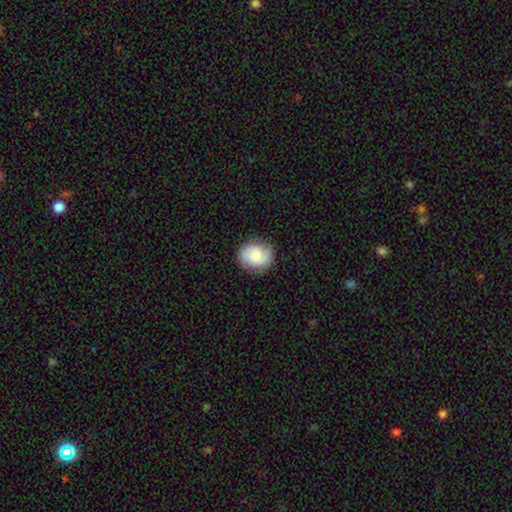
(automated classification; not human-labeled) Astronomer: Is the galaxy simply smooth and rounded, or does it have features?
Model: smooth — 49% (runner-up: featured or disk, 43%).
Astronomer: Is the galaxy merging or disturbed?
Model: none — 81%.